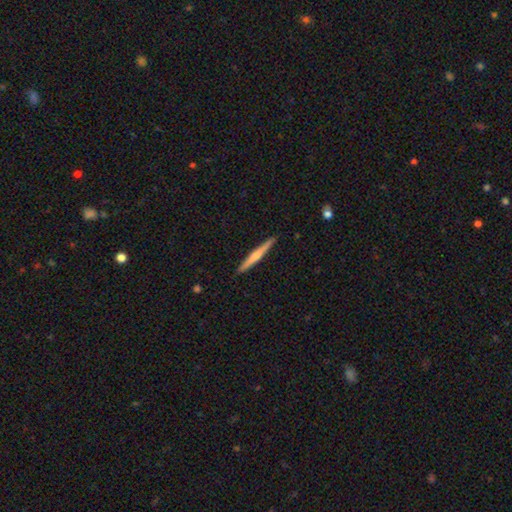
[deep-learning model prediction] Q: Smooth or featured?
A: featured or disk (52%); runner-up: smooth (43%)
Q: Edge-on disk?
A: yes (98%); runner-up: no (2%)
Q: Edge-on bulge?
A: rounded (63%); runner-up: none (28%)
Q: Merging?
A: none (91%); runner-up: minor disturbance (6%)